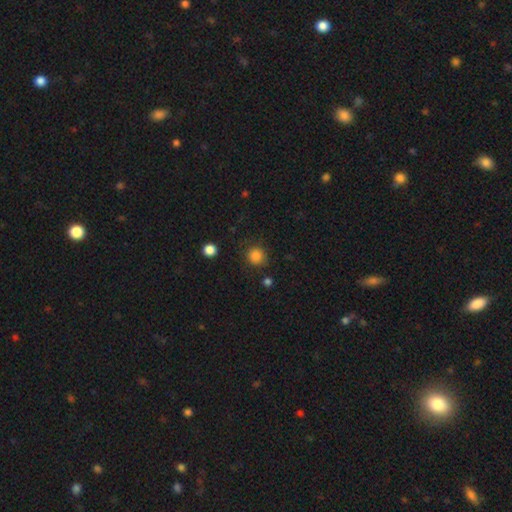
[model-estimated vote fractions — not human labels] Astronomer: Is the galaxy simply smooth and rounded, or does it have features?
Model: smooth — 85%.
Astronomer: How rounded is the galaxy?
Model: round — 90%.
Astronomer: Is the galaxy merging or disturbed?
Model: none — 83%.